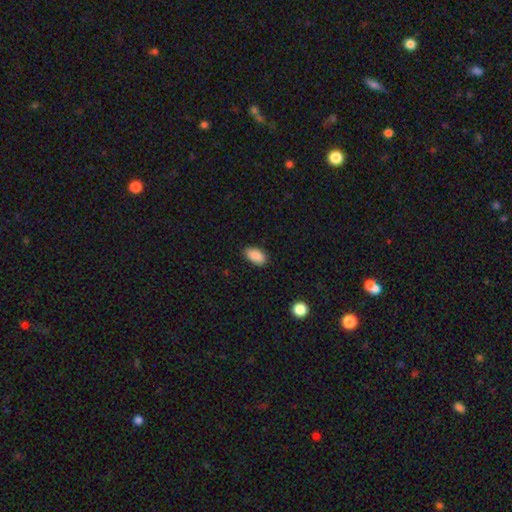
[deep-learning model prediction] Smooth or featured? smooth (89%)
How rounded? in between (93%)
Merging? none (86%)